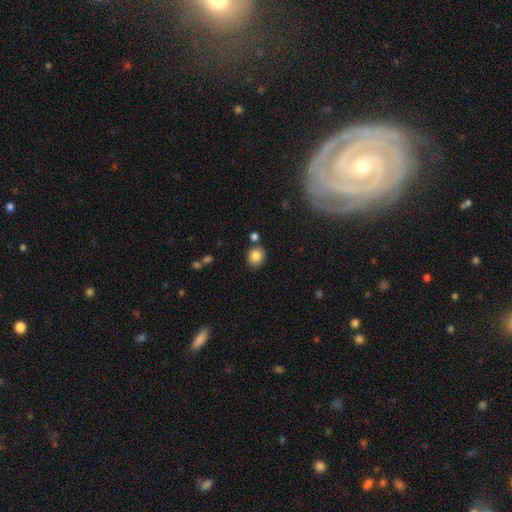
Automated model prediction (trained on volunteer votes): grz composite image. It shows a smooth galaxy with no disk features (84%) that is round (72%). Merging: none (76%).